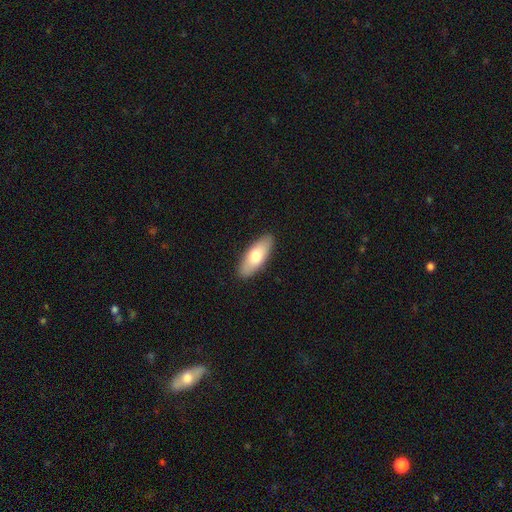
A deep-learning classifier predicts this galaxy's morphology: Smooth or featured?
  - smooth: 73% *
  - featured or disk: 22%
  - star or artifact: 5%
How rounded?
  - in between: 75% *
  - cigar-shaped: 23%
  - round: 2%
Merging?
  - none: 89% *
  - minor disturbance: 8%
  - major disturbance: 2%
  - merger: 1%